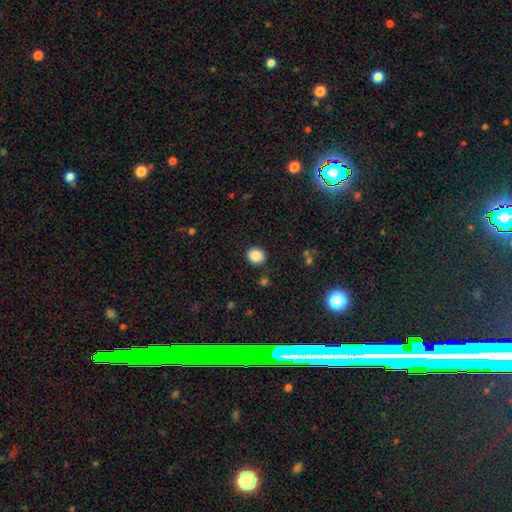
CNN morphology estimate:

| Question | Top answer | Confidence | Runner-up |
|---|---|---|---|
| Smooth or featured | smooth | 87% | star or artifact (9%) |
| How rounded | round | 72% | in between (27%) |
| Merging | none | 86% | minor disturbance (9%) |